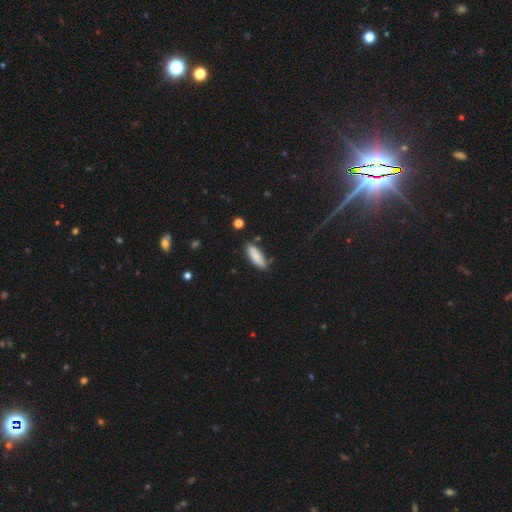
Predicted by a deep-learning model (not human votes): Q: Smooth or featured?
A: smooth (86%); runner-up: featured or disk (8%)
Q: How rounded?
A: in between (59%); runner-up: cigar-shaped (39%)
Q: Merging?
A: none (78%); runner-up: minor disturbance (16%)